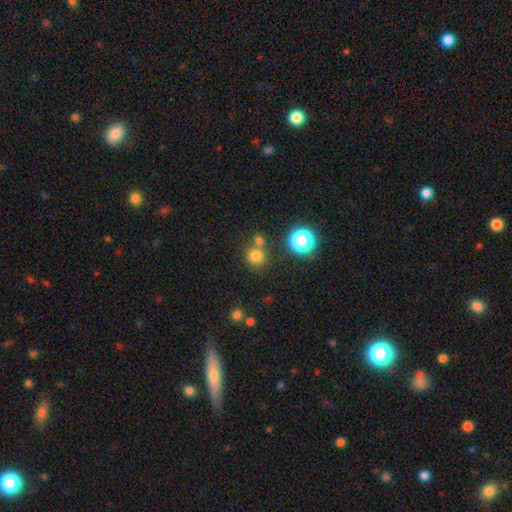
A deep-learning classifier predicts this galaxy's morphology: smooth-or-featured: smooth: 75% | star or artifact: 18% | featured or disk: 6%
  how-rounded: round: 89% | in between: 10% | cigar-shaped: 1%
  merging: none: 66% | merger: 22% | minor disturbance: 8% | major disturbance: 3%